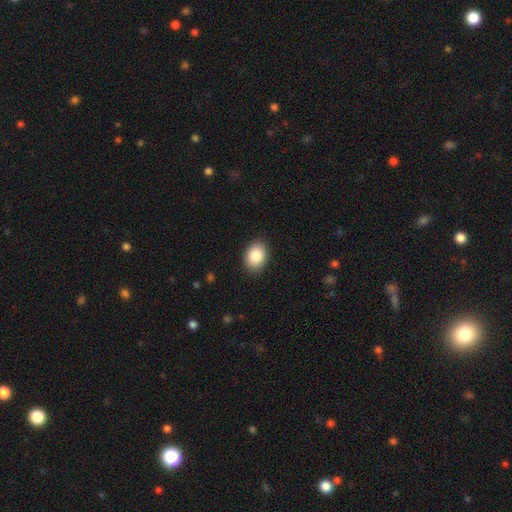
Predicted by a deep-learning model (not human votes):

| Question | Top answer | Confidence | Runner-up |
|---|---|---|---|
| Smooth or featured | smooth | 87% | star or artifact (7%) |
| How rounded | in between | 71% | round (29%) |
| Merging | none | 89% | minor disturbance (8%) |